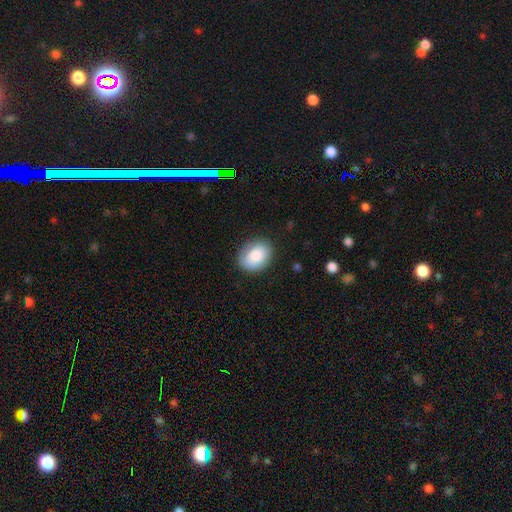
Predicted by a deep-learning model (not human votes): A smooth galaxy with no disk features (81%) that is in between round and cigar-shaped (61%). Merging: none (85%).